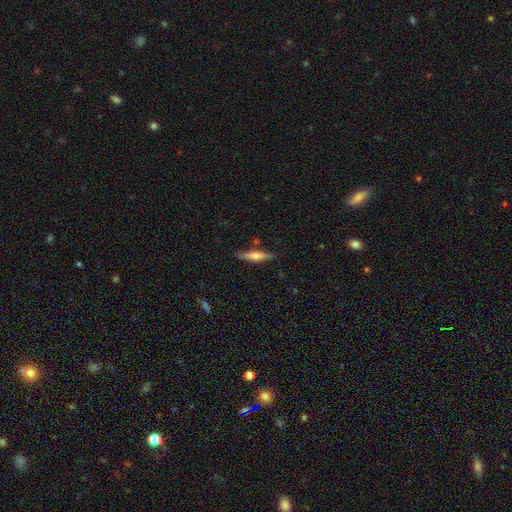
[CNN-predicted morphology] Smooth or featured? featured or disk (50%)
Merging? none (85%)